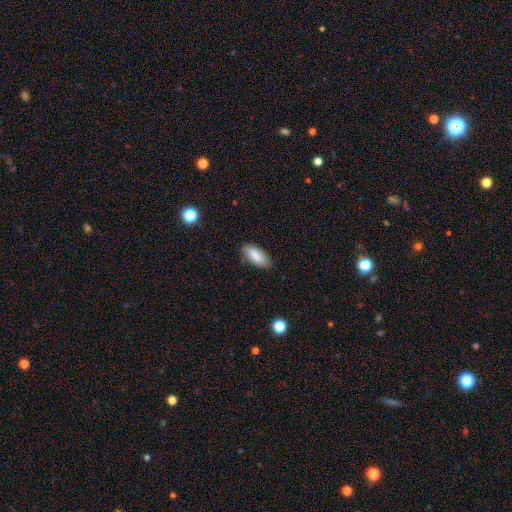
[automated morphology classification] smooth-or-featured: smooth: 83% | featured or disk: 10% | star or artifact: 7%
  how-rounded: in between: 82% | cigar-shaped: 16% | round: 2%
  merging: none: 83% | minor disturbance: 13% | major disturbance: 2% | merger: 1%